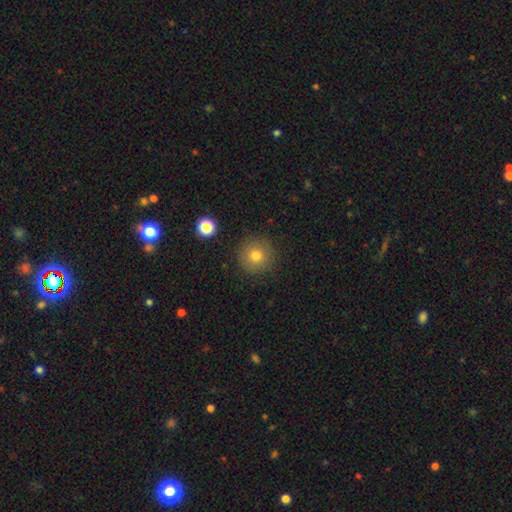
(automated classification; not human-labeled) The model was most divided on "smooth or featured": smooth: 78%, star or artifact: 12%, featured or disk: 11%. More confident: how rounded — round (95%); merging — none (88%).